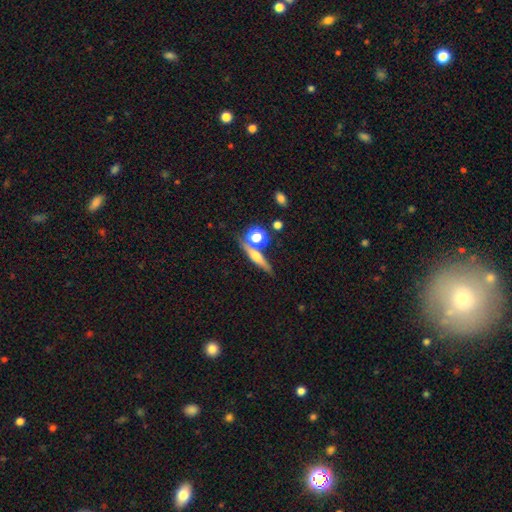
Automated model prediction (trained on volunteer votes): Overall: featured or disk (48%; smooth 40%). Merging: none (70%).